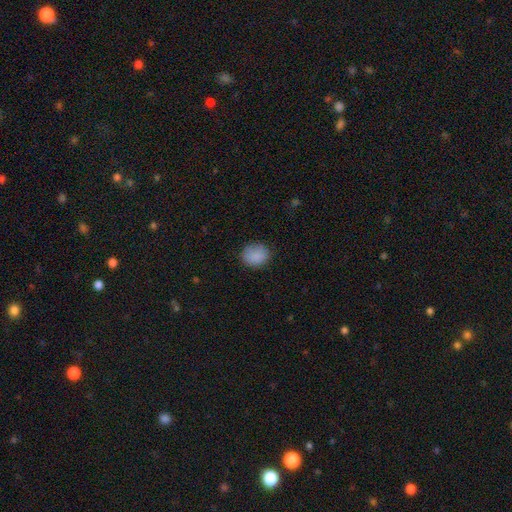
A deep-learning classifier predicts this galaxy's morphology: type=smooth (87%); roundness=round (67%); merging=none (82%).